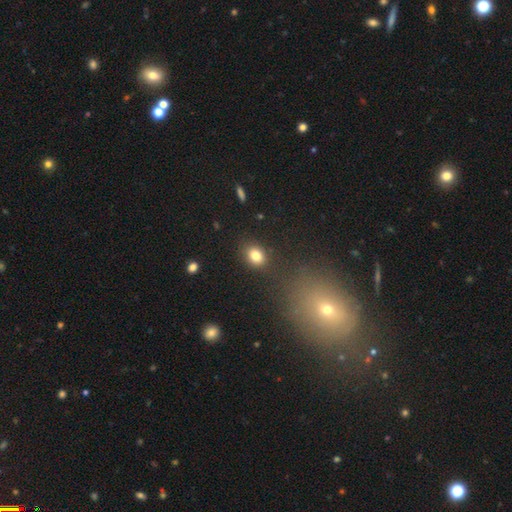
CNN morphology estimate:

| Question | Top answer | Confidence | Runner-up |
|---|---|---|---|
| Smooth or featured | smooth | 83% | star or artifact (10%) |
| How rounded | in between | 55% | round (43%) |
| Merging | none | 84% | minor disturbance (10%) |